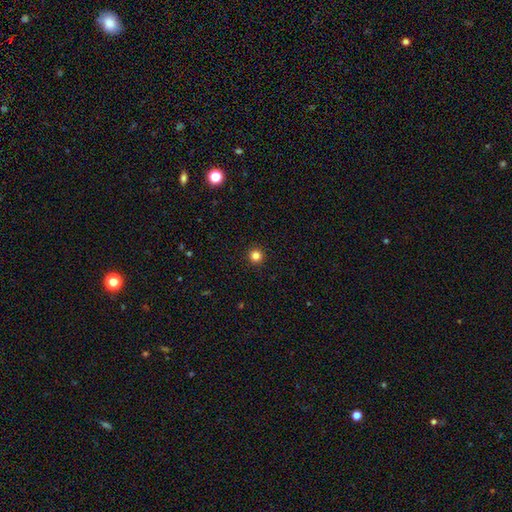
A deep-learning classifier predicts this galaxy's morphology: Smooth or featured: smooth — 83% (star or artifact — 13%)
How rounded: round — 96% (in between — 3%)
Merging: none — 93% (minor disturbance — 4%)